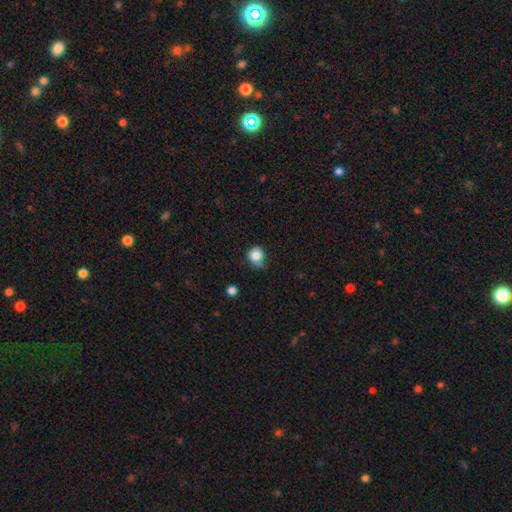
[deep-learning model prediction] A smooth galaxy with no disk features (84%) that is round (84%). Merging: none (54%).